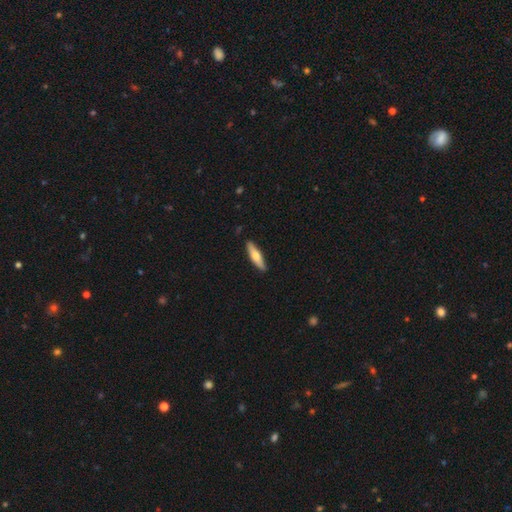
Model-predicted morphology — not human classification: This is possibly a smooth galaxy (58%). How rounded: likely cigar-shaped (76%). Merging: clearly none (89%).